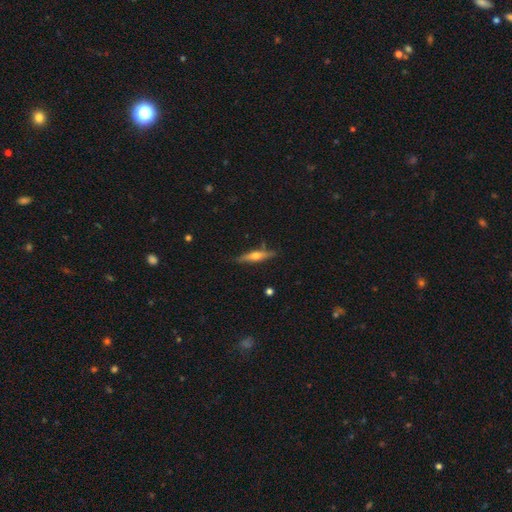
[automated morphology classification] Smooth or featured?
  - featured or disk: 58% *
  - smooth: 36%
  - star or artifact: 6%
Edge-on disk?
  - yes: 94% *
  - no: 6%
Edge-on bulge?
  - rounded: 90% *
  - none: 5%
  - boxy: 5%
Merging?
  - none: 82% *
  - minor disturbance: 13%
  - major disturbance: 3%
  - merger: 2%